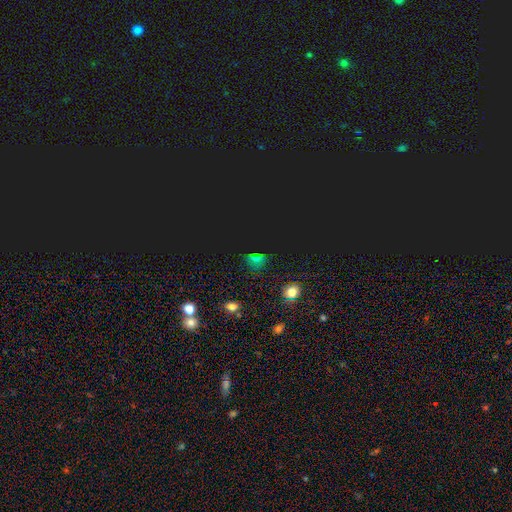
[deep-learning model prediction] A star or artifact, not a galaxy (63%).